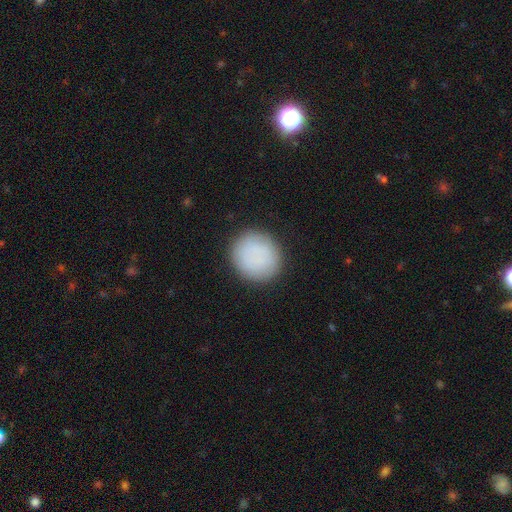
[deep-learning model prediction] Smooth or featured? Predicted: smooth (p=0.85). How rounded? Predicted: round (p=0.89). Merging? Predicted: none (p=0.88).